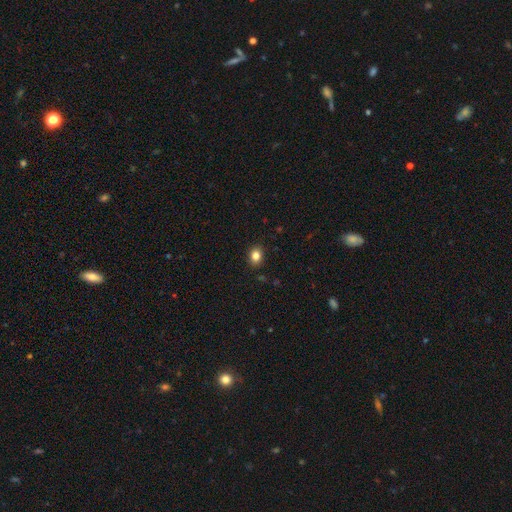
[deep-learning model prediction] Smooth or featured?
  - smooth: 83% *
  - star or artifact: 11%
  - featured or disk: 6%
How rounded?
  - in between: 52% *
  - round: 47%
  - cigar-shaped: 1%
Merging?
  - none: 90% *
  - minor disturbance: 7%
  - major disturbance: 2%
  - merger: 1%